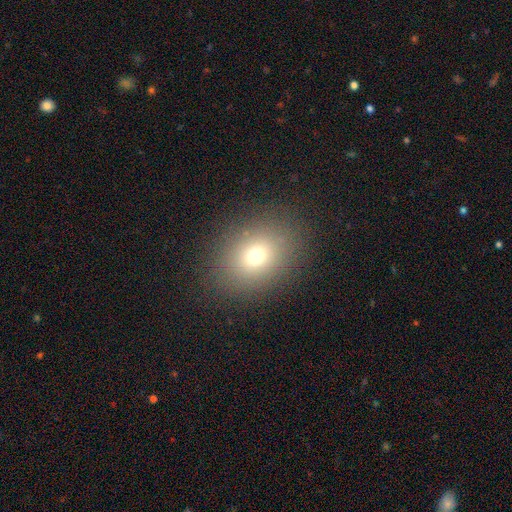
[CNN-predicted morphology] Smooth or featured? Predicted: smooth (p=0.72). How rounded? Predicted: in between (p=0.59). Merging? Predicted: none (p=0.86).